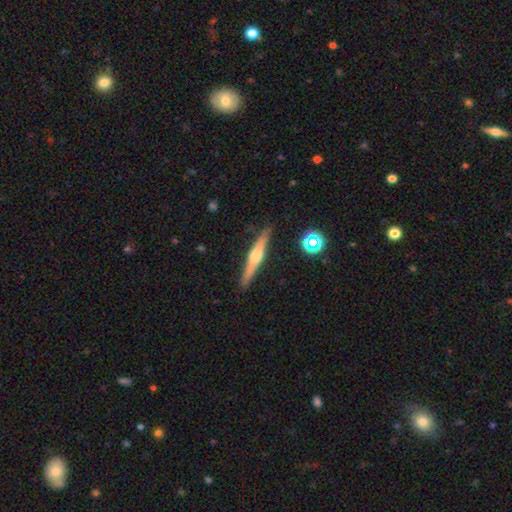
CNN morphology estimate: smooth-or-featured: featured or disk: 72% | smooth: 22% | star or artifact: 6%
  disk-edge-on: yes: 98% | no: 2%
    edge-on-bulge: rounded: 85% | boxy: 9% | none: 6%
  merging: none: 90% | minor disturbance: 7% | merger: 2% | major disturbance: 1%